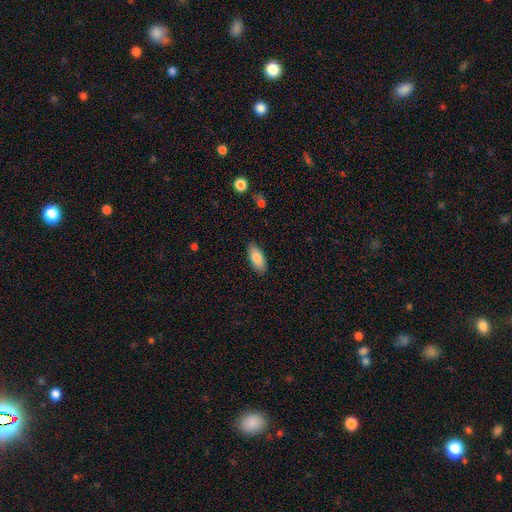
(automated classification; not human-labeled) Morphology: type=smooth (83%); roundness=in between (84%); merging=none (88%).